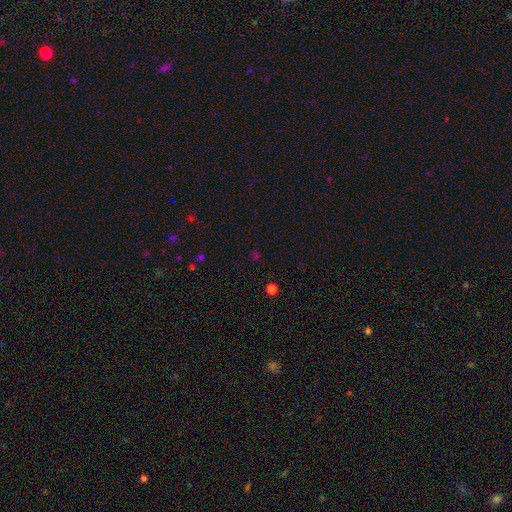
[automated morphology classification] star or artifact 53%, smooth 41%, featured or disk 7%.